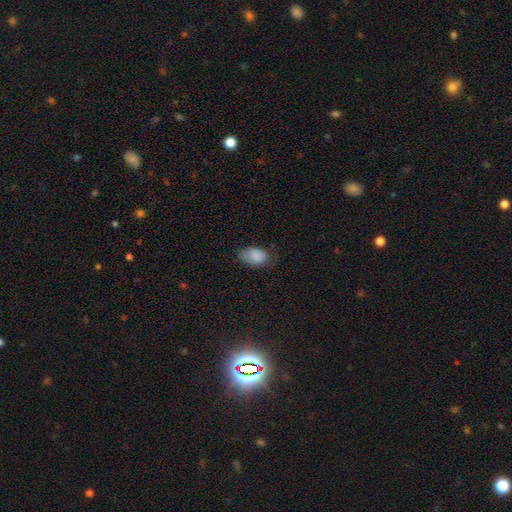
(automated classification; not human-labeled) smooth-or-featured: smooth: 85% | star or artifact: 8% | featured or disk: 7%
  how-rounded: in between: 89% | round: 10% | cigar-shaped: 1%
  merging: none: 57% | minor disturbance: 32% | major disturbance: 10% | merger: 1%